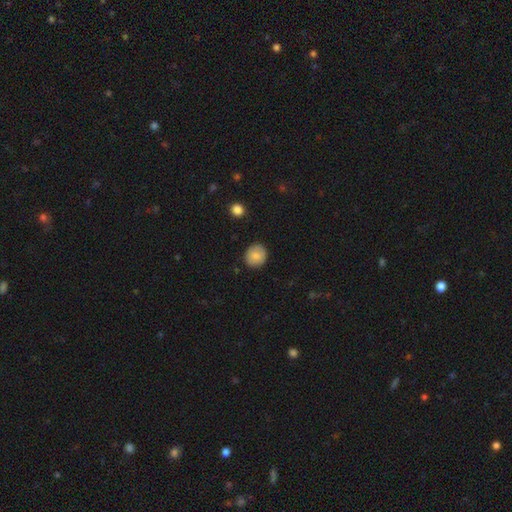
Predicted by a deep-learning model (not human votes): Morphology: type=smooth (84%); roundness=round (81%); merging=none (87%).